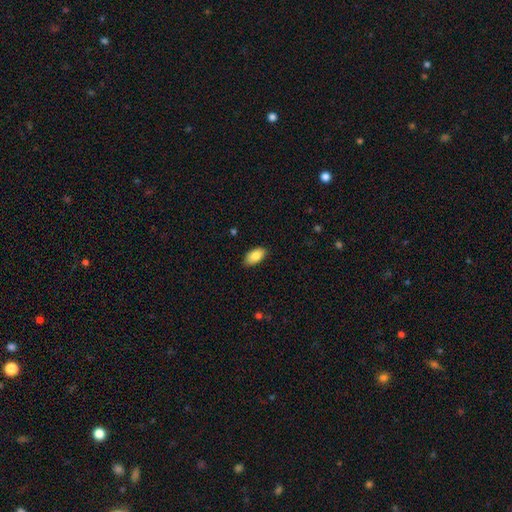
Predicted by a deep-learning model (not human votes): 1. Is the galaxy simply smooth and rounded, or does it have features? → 84% smooth, 9% featured or disk, 7% star or artifact.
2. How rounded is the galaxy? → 94% in between, 3% round, 3% cigar-shaped.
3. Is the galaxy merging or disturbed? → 86% none, 11% minor disturbance, 2% major disturbance, 1% merger.